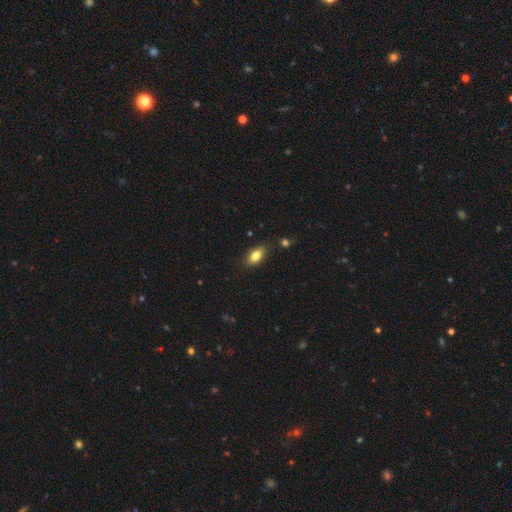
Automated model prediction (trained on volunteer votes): smooth-or-featured: smooth: 82% | featured or disk: 10% | star or artifact: 9%
  how-rounded: in between: 87% | round: 7% | cigar-shaped: 6%
  merging: none: 81% | minor disturbance: 13% | major disturbance: 3% | merger: 3%